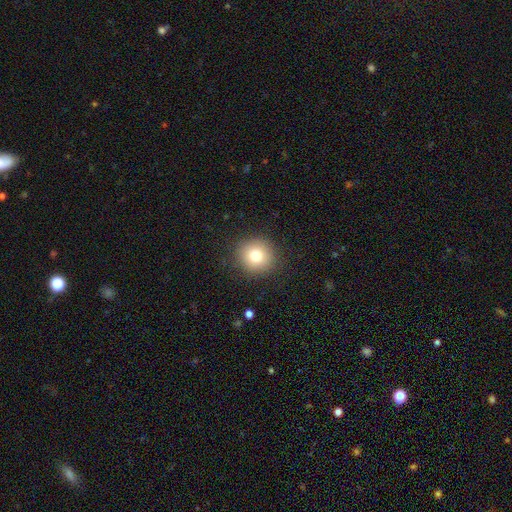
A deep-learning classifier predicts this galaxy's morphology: Smooth or featured? smooth (78%)
How rounded? round (92%)
Merging? none (89%)